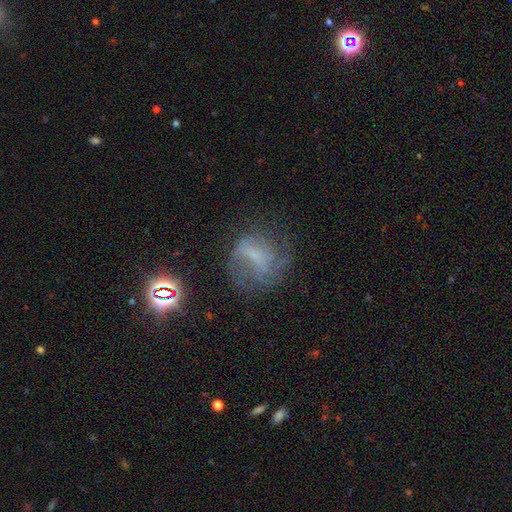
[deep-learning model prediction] Overall: featured or disk (54%; smooth 26%). Edge-on disk: no (96%). Bar: no (40%, tied with weak). Spiral arms: yes (64%; no 36%). Bulge size: none (49%; small 32%). Merging: none (52%; major disturbance 24%).